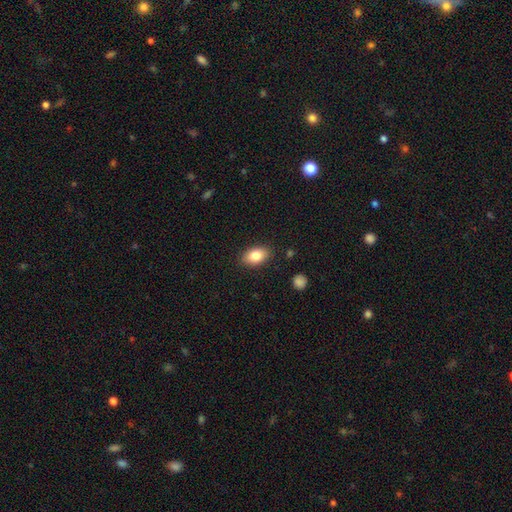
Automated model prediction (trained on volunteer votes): The model was most divided on "smooth or featured": smooth: 83%, featured or disk: 10%, star or artifact: 8%. More confident: how rounded — in between (89%); merging — none (87%).